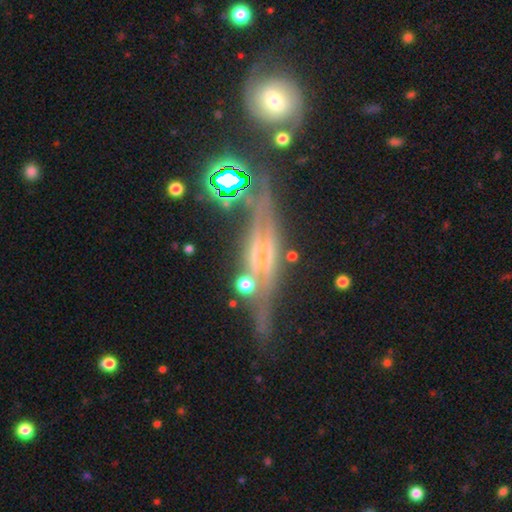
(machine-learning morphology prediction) A featured or disk galaxy (59%) viewed edge-on (78%). Merging: none (64%).